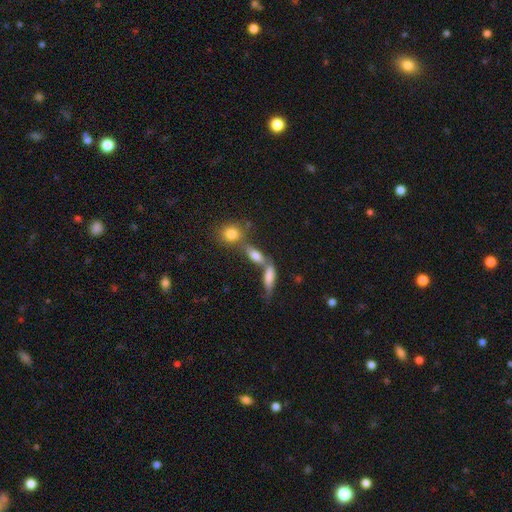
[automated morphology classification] A smooth galaxy with no disk features (68%) that is in between round and cigar-shaped (60%). Merging: none (48%).